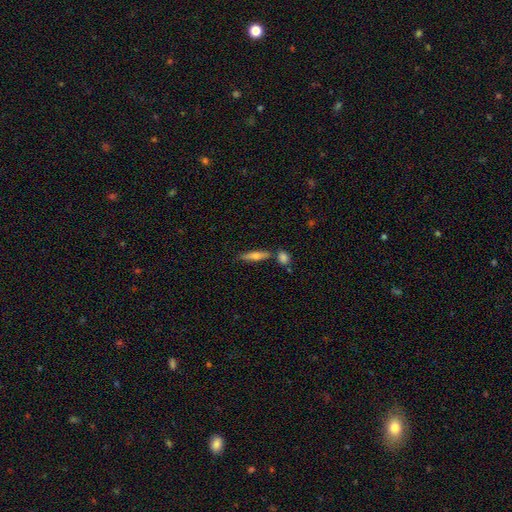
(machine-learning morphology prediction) Smooth or featured? smooth (56%)
How rounded? cigar-shaped (77%)
Merging? none (73%)